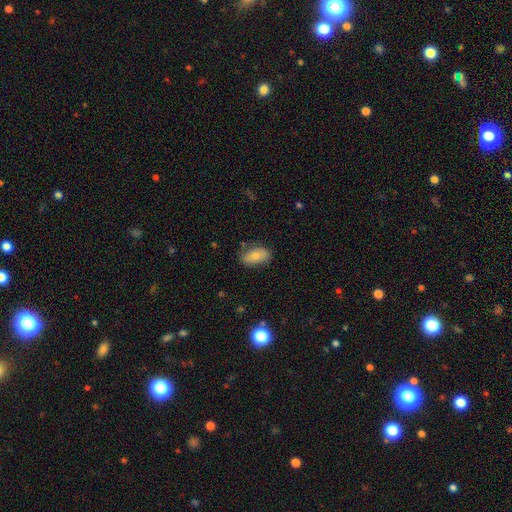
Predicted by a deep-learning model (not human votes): A smooth galaxy with no disk features (77%) that is in between round and cigar-shaped (91%). Merging: none (80%).